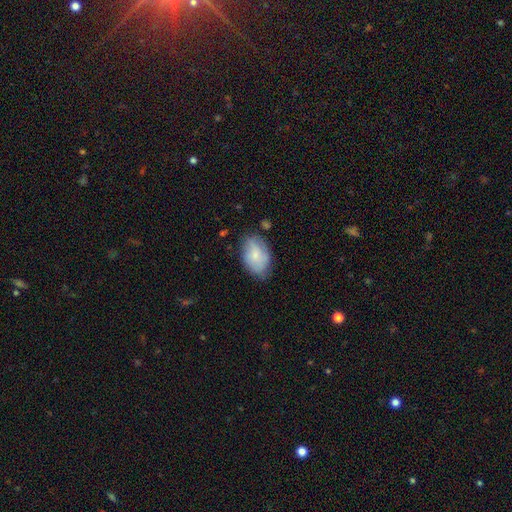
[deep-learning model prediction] smooth 68%, featured or disk 25%, star or artifact 7%. Down the decision tree: how rounded — in between (89%); merging — none (64%).